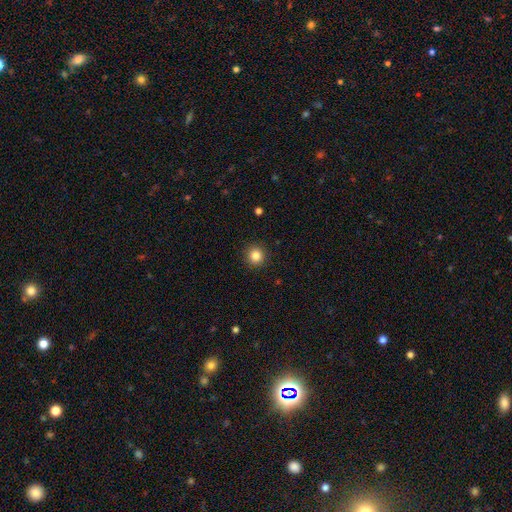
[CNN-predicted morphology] This is clearly a smooth galaxy (84%). How rounded: clearly round (94%). Merging: clearly none (92%).